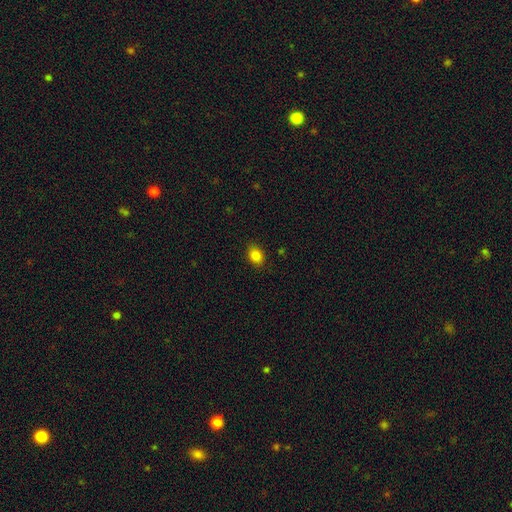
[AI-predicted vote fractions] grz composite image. It shows a smooth galaxy with no disk features (84%) that is in between round and cigar-shaped (66%). Merging: none (87%).